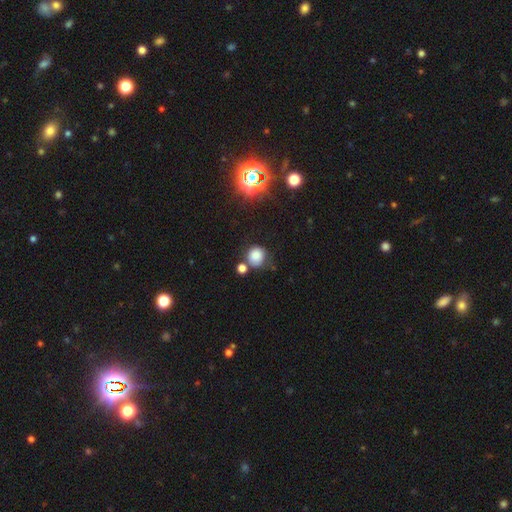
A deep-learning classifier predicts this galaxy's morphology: Smooth or featured? Predicted: smooth (p=0.80). How rounded? Predicted: round (p=0.83). Merging? Predicted: none (p=0.59).